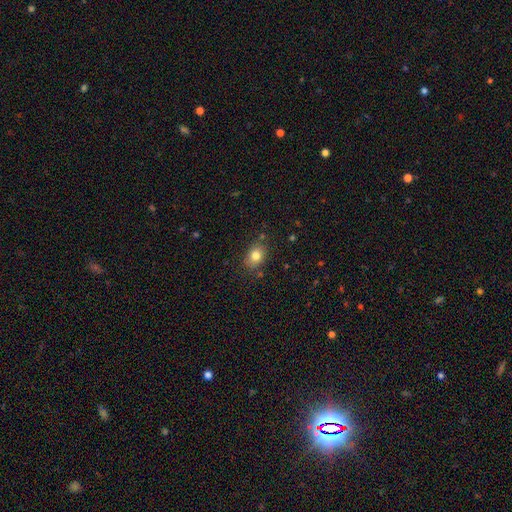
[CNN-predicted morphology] Smooth or featured: smooth — 81% (star or artifact — 11%)
How rounded: in between — 64% (round — 35%)
Merging: none — 80% (minor disturbance — 14%)